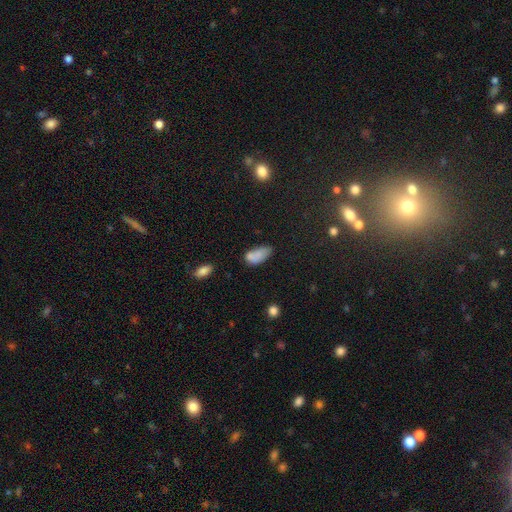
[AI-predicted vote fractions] smooth_or_featured: smooth (p=0.80) [alt: featured or disk p=0.10]
how_rounded: in between (p=0.90) [alt: cigar-shaped p=0.07]
merging: none (p=0.43) [alt: minor disturbance p=0.32]